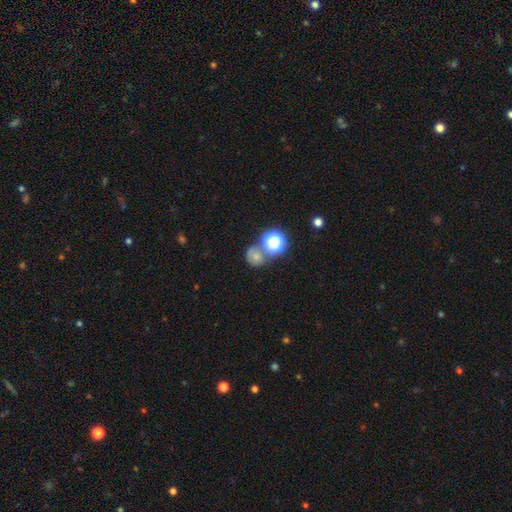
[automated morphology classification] Overall: smooth (60%; star or artifact 25%). How rounded: round (81%). Merging: none (53%; merger 28%).